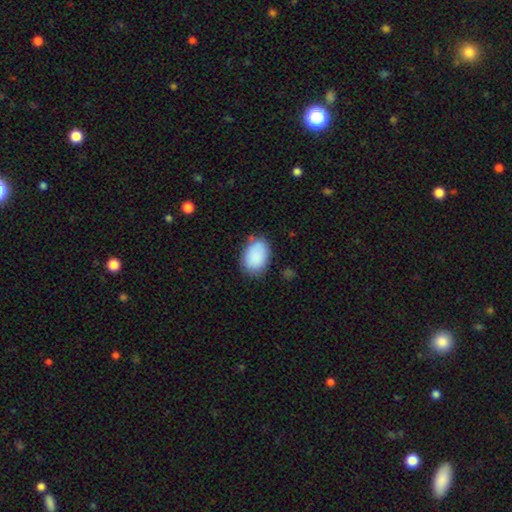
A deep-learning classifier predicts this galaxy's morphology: Smooth or featured: smooth — 88% (star or artifact — 7%)
How rounded: in between — 85% (round — 14%)
Merging: none — 74% (minor disturbance — 19%)